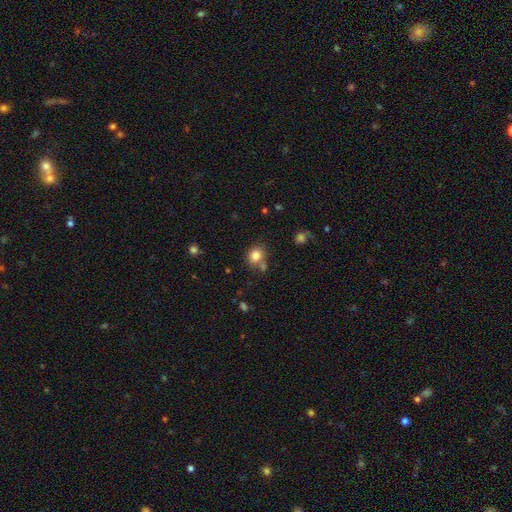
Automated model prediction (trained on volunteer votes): smooth 81%, star or artifact 12%, featured or disk 7%. Down the decision tree: how rounded — round (72%); merging — none (70%).